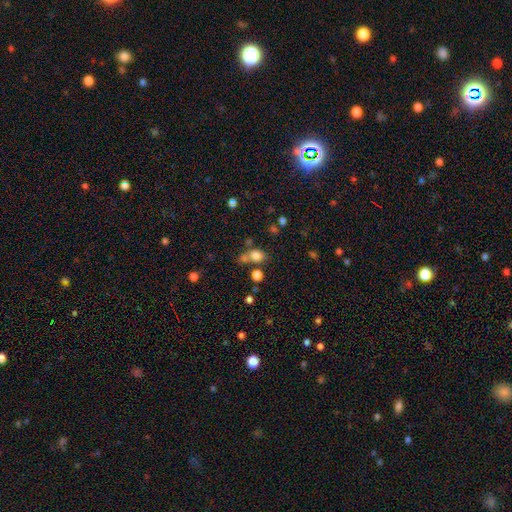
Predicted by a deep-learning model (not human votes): smooth-or-featured: smooth: 76% | star or artifact: 15% | featured or disk: 8%
  how-rounded: round: 52% | in between: 46% | cigar-shaped: 2%
  merging: none: 51% | merger: 30% | minor disturbance: 13% | major disturbance: 7%